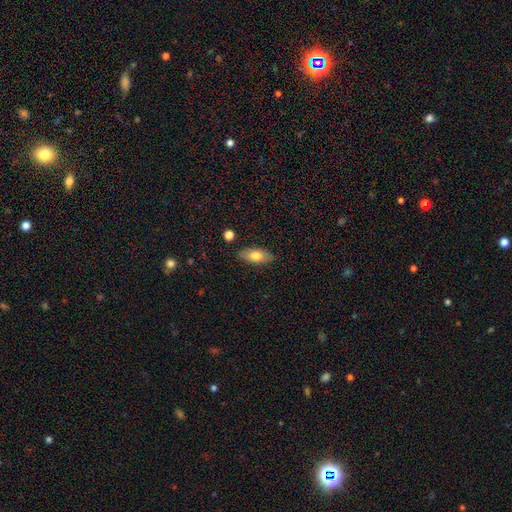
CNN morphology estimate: Q: Smooth or featured?
A: smooth (75%); runner-up: featured or disk (19%)
Q: How rounded?
A: in between (86%); runner-up: cigar-shaped (11%)
Q: Merging?
A: none (85%); runner-up: minor disturbance (11%)